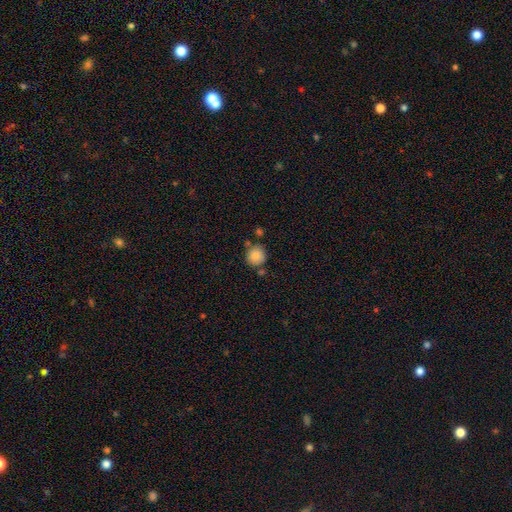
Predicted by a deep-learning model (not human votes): This appears to be a smooth galaxy with no disk features (86%) that is round (90%). Merging: none (75%).